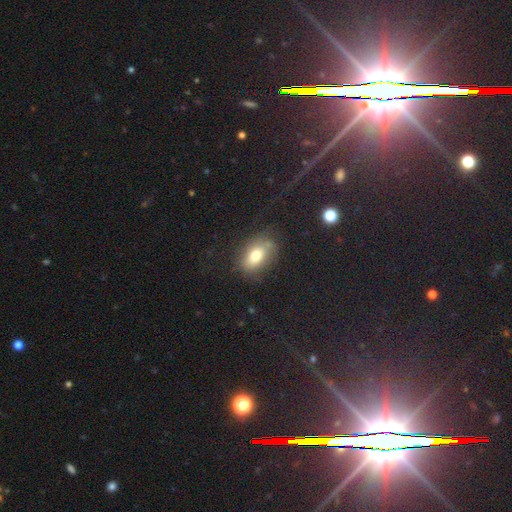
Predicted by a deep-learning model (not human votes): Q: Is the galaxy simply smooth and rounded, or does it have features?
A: smooth — 73%.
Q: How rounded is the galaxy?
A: in between — 85%.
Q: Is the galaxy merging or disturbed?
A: none — 67%.